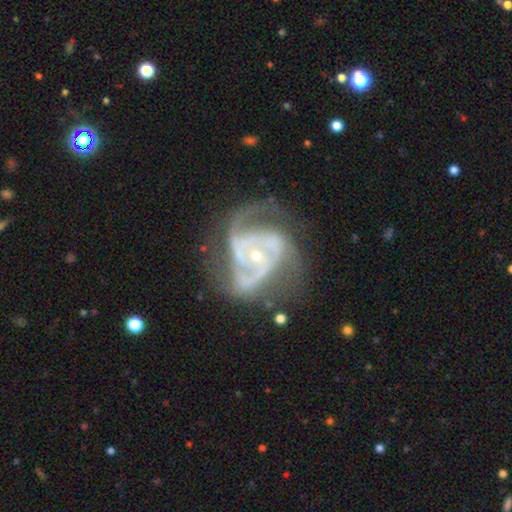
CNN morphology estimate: This appears to be a featured or disk galaxy (91%) with no bar (63%), 3 (49%) medium (50%) spiral arms (97%) and a small central bulge (69%). Merging: none (50%).